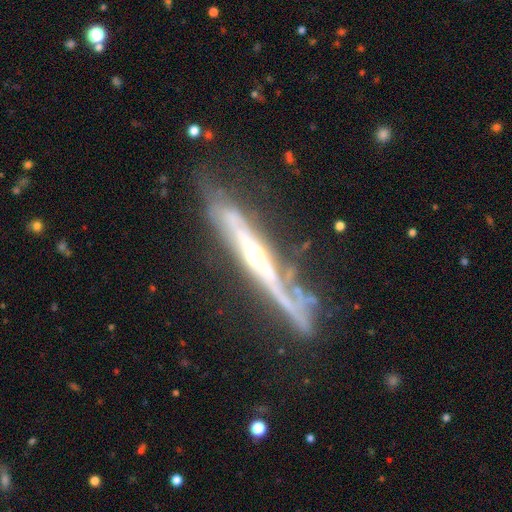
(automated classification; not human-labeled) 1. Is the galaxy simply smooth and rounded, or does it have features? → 84% featured or disk, 11% smooth, 5% star or artifact.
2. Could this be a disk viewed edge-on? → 86% yes, 14% no.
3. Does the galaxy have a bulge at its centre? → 74% rounded, 21% none, 5% boxy.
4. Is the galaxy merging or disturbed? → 58% none, 26% minor disturbance, 11% major disturbance, 5% merger.